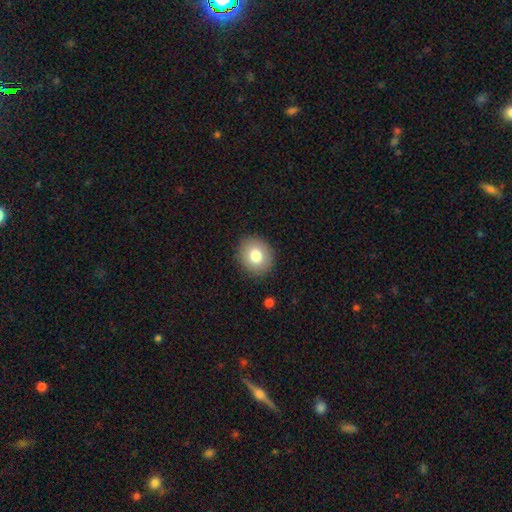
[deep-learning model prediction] This is likely a smooth galaxy (79%). How rounded: likely round (69%). Merging: clearly none (89%).